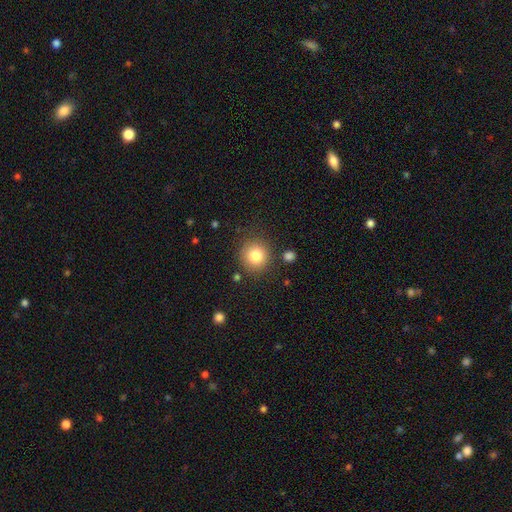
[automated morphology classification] smooth 82%, star or artifact 11%, featured or disk 8%. Down the decision tree: how rounded — round (92%); merging — none (85%).